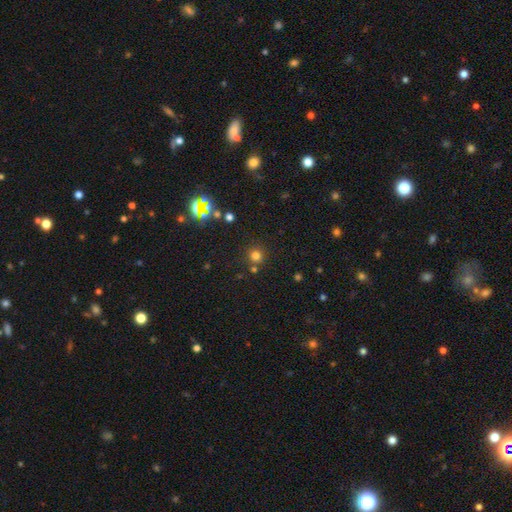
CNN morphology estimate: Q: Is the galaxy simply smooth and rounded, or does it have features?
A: smooth — 71%.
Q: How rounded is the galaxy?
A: round — 92%.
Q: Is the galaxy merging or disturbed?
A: none — 79%.